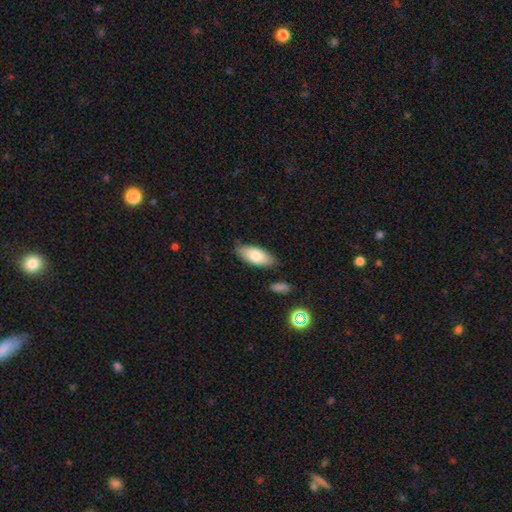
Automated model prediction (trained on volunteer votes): smooth-or-featured: smooth: 79% | featured or disk: 15% | star or artifact: 6%
  how-rounded: in between: 84% | cigar-shaped: 14% | round: 2%
  merging: none: 82% | minor disturbance: 13% | merger: 2% | major disturbance: 2%